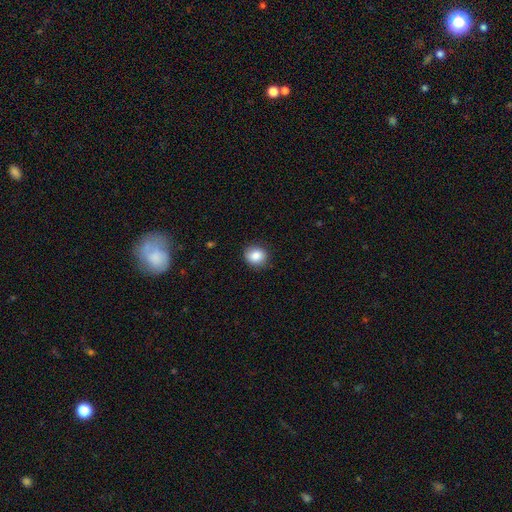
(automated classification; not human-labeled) Morphology: type=smooth (86%); roundness=round (73%); merging=none (84%).